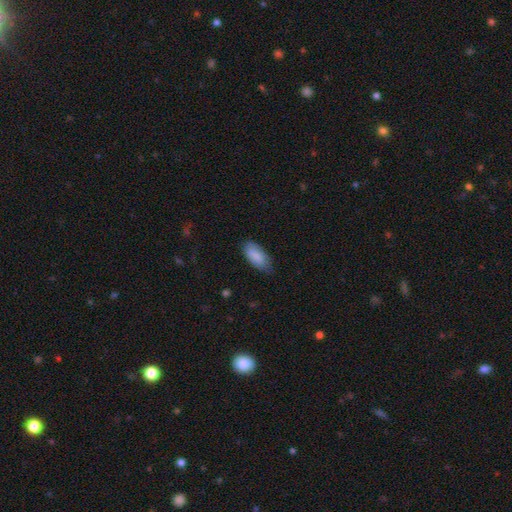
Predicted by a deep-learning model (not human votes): smooth-or-featured: smooth: 86% | featured or disk: 8% | star or artifact: 6%
  how-rounded: in between: 90% | cigar-shaped: 9% | round: 2%
  merging: none: 75% | minor disturbance: 21% | major disturbance: 3% | merger: 1%